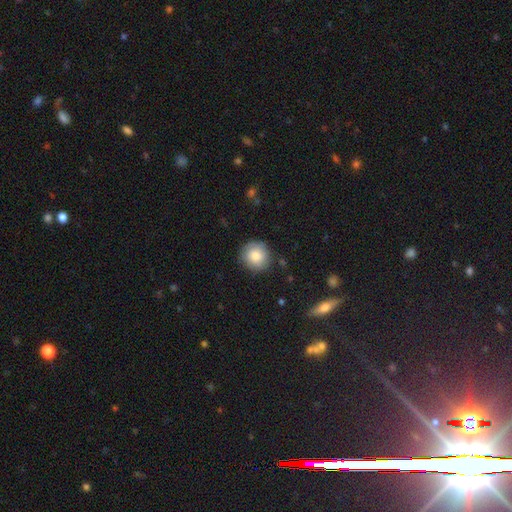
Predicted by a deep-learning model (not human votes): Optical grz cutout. It shows a smooth galaxy with no disk features (83%) that is round (93%). Merging: none (86%).